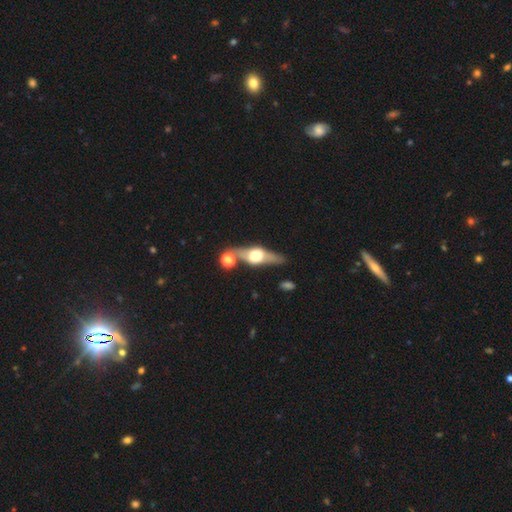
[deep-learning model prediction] This is likely a featured or disk galaxy (72%). It is clearly viewed edge-on (92%). Edge-on bulge: clearly rounded (94%). Merging: likely none (70%).